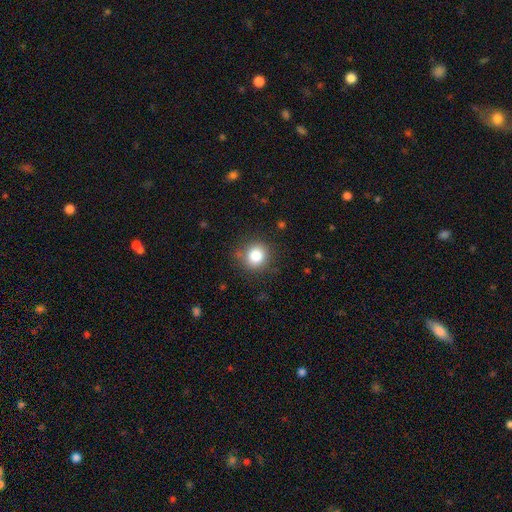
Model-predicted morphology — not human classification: smooth 83%, star or artifact 11%, featured or disk 6%. Down the decision tree: how rounded — round (88%); merging — none (83%).